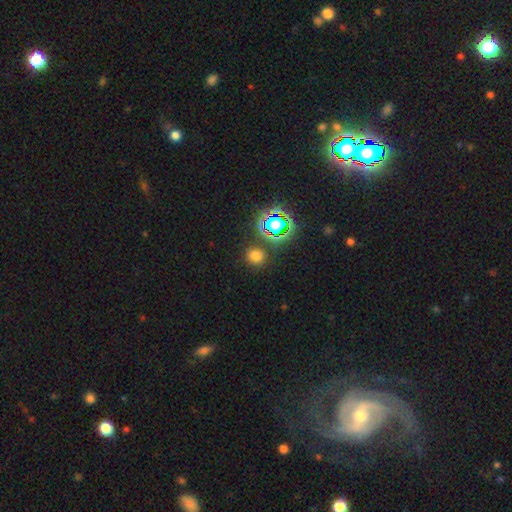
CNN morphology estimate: smooth-or-featured: smooth: 66% | star or artifact: 28% | featured or disk: 6%
  how-rounded: round: 84% | in between: 15% | cigar-shaped: 1%
  merging: none: 85% | minor disturbance: 8% | merger: 4% | major disturbance: 3%